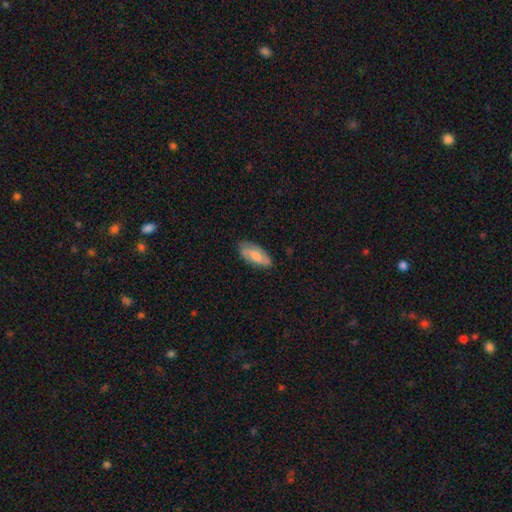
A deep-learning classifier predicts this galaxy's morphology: A smooth galaxy with no disk features (58%) that is in between round and cigar-shaped (85%). Merging: none (76%).